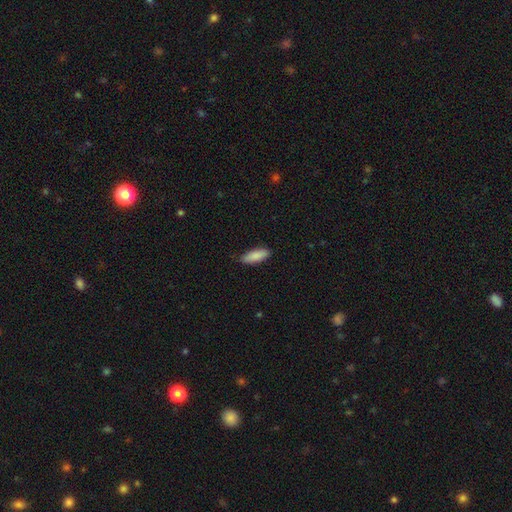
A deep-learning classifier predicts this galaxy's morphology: This is clearly a smooth galaxy (88%). How rounded: likely in between (63%). Merging: clearly none (87%).